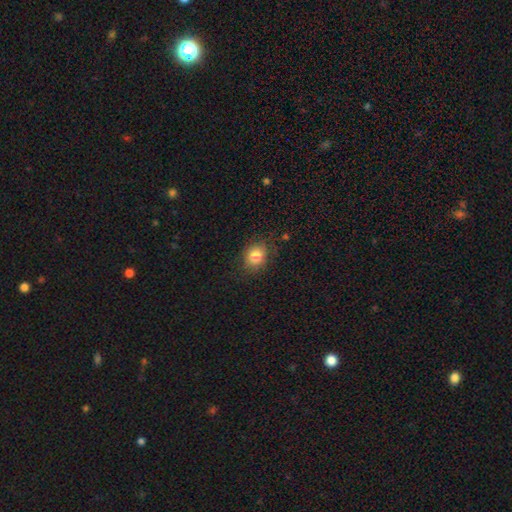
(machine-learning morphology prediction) The model was most divided on "how rounded": round: 51%, in between: 48%, cigar-shaped: 1%. More confident: smooth or featured — smooth (82%); merging — none (77%).